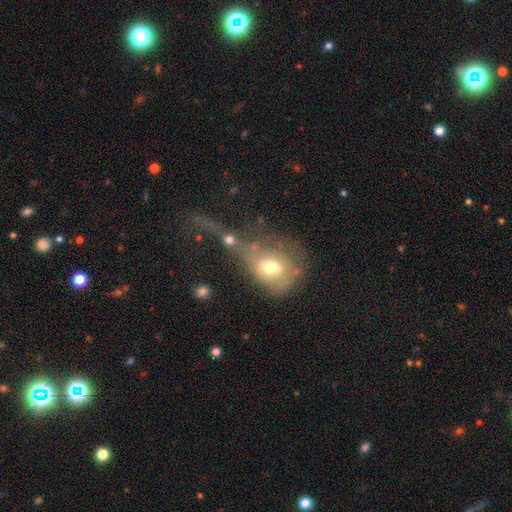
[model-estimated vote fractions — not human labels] A smooth galaxy with no disk features (50%) that is round (69%).

Vote fractions:
- Smooth or featured? smooth: 50% / featured or disk: 28% / star or artifact: 22%
- How rounded? round: 69% / in between: 29% / cigar-shaped: 2%
- Merging? none: 33% / major disturbance: 30% / merger: 18% / minor disturbance: 18%